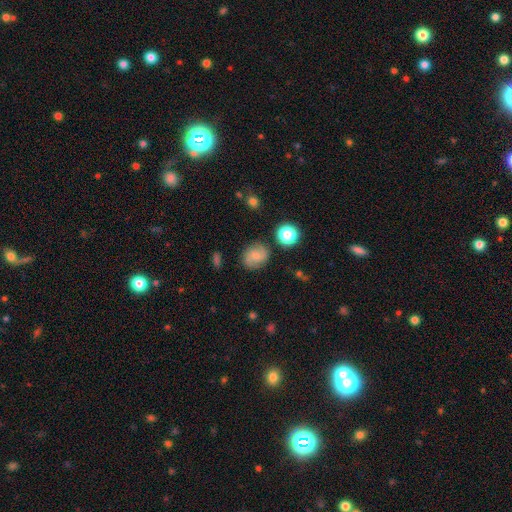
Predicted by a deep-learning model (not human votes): Smooth or featured? Predicted: smooth (p=0.49). Merging? Predicted: none (p=0.81).